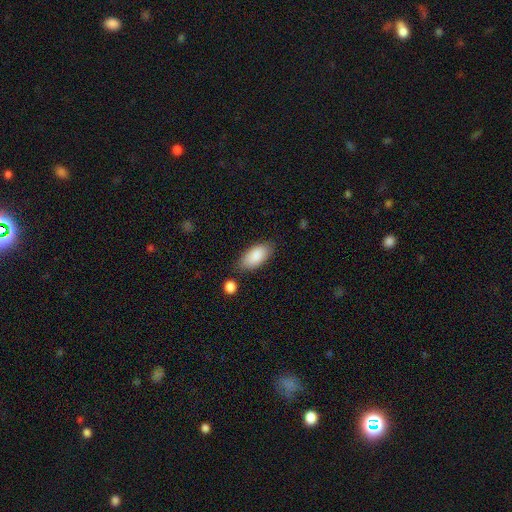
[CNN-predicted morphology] Overall: smooth (88%). How rounded: in between (92%). Merging: none (76%).